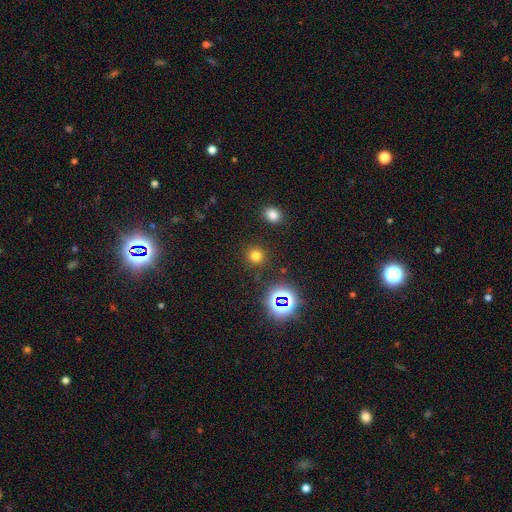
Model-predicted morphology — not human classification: Q: Smooth or featured?
A: smooth (70%); runner-up: star or artifact (23%)
Q: How rounded?
A: round (91%); runner-up: in between (8%)
Q: Merging?
A: none (88%); runner-up: minor disturbance (7%)